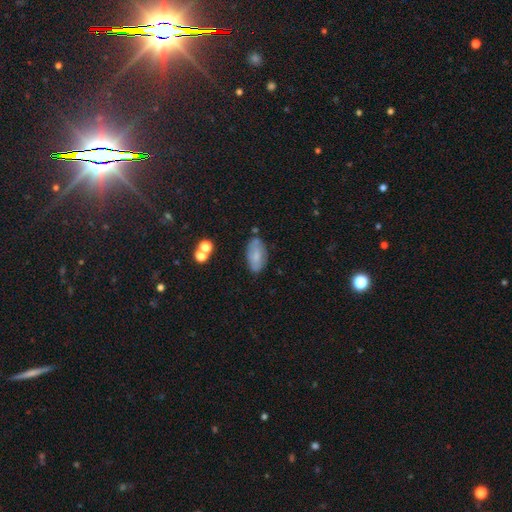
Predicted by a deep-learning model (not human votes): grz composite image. It shows a smooth galaxy with no disk features (71%) that is in between round and cigar-shaped (93%). Merging: none (73%).